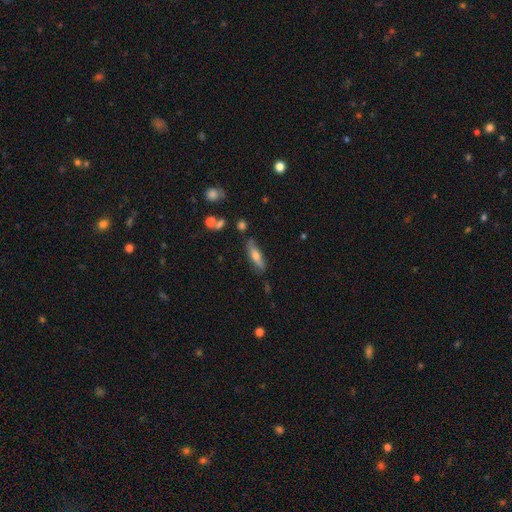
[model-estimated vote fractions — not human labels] A smooth galaxy with no disk features (54%) that is cigar-shaped (65%).

Vote fractions:
- Smooth or featured? smooth: 54% / featured or disk: 38% / star or artifact: 8%
- How rounded? cigar-shaped: 65% / in between: 33% / round: 2%
- Merging? none: 78% / minor disturbance: 16% / major disturbance: 3% / merger: 3%